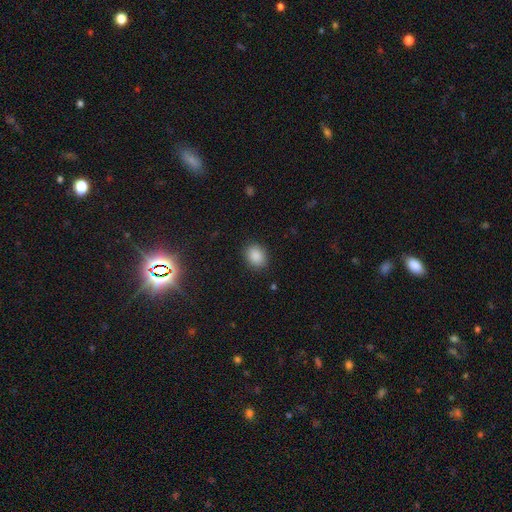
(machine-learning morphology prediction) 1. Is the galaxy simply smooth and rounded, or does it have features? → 88% smooth, 9% star or artifact, 4% featured or disk.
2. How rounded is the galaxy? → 52% in between, 47% round, 1% cigar-shaped.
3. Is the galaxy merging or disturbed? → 87% none, 9% minor disturbance, 3% major disturbance, 1% merger.